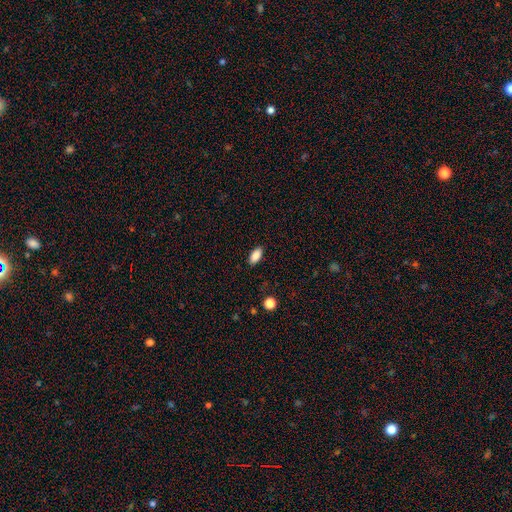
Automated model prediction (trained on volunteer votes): Morphology: type=smooth (88%); roundness=in between (90%); merging=none (88%).